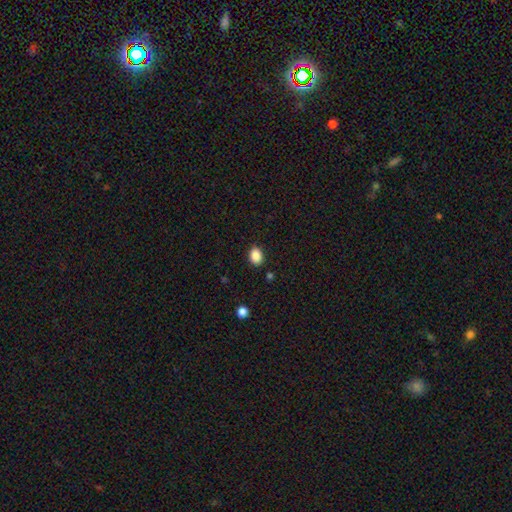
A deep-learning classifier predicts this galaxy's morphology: type=smooth (88%); roundness=in between (68%); merging=none (87%).